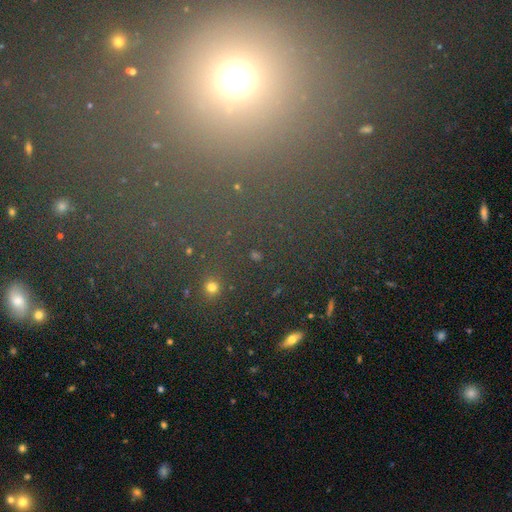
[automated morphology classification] star or artifact 51%, smooth 38%, featured or disk 10%.